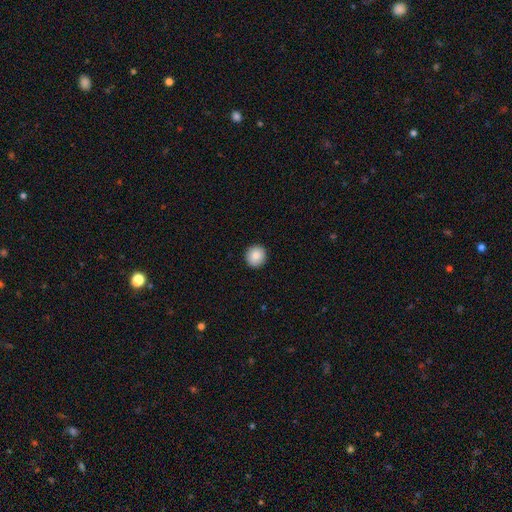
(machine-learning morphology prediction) type=smooth (87%); roundness=round (93%); merging=none (92%).